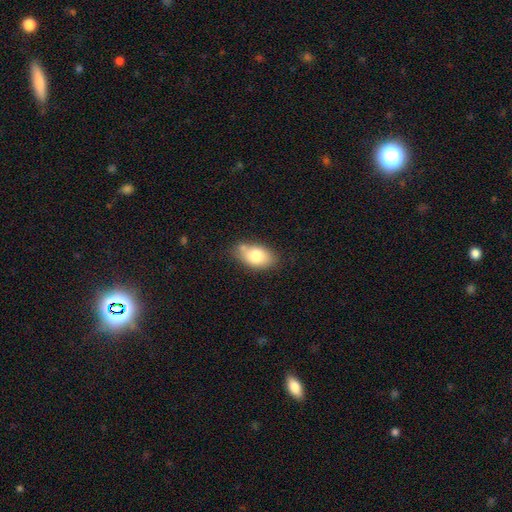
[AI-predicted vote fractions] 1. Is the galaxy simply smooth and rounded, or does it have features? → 77% smooth, 16% featured or disk, 8% star or artifact.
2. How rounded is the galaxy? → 89% in between, 9% round, 2% cigar-shaped.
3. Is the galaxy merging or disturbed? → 64% none, 23% minor disturbance, 9% merger, 5% major disturbance.